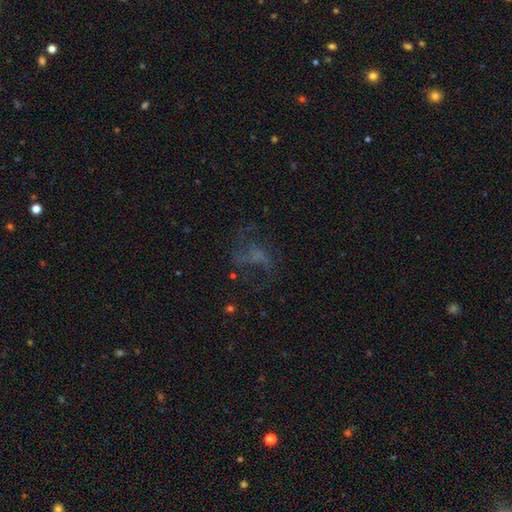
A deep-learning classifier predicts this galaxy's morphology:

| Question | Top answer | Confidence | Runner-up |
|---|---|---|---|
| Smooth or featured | featured or disk | 50% | star or artifact (26%) |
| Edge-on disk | no | 97% | yes (3%) |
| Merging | none | 50% | major disturbance (32%) |